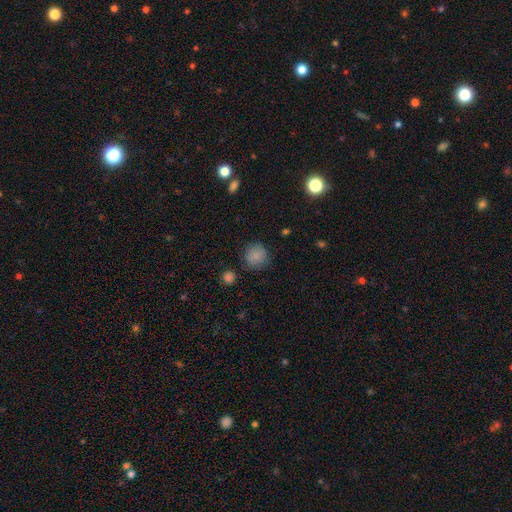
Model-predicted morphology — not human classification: The model was most divided on "merging": none: 83%, minor disturbance: 12%, major disturbance: 3%, merger: 2%. More confident: how rounded — round (90%); smooth or featured — smooth (84%).